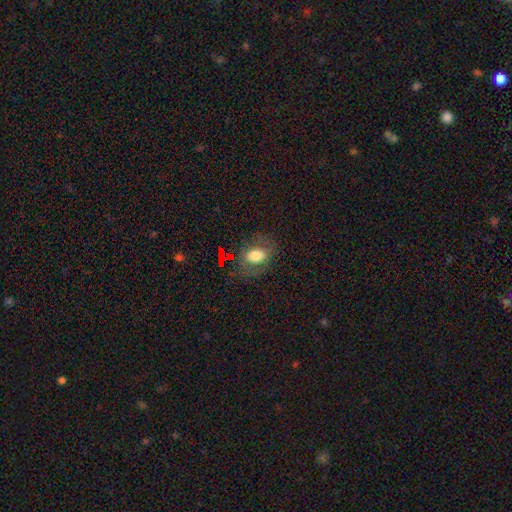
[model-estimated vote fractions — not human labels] Smooth or featured: smooth — 66% (featured or disk — 21%)
How rounded: in between — 73% (round — 25%)
Merging: none — 72% (minor disturbance — 17%)